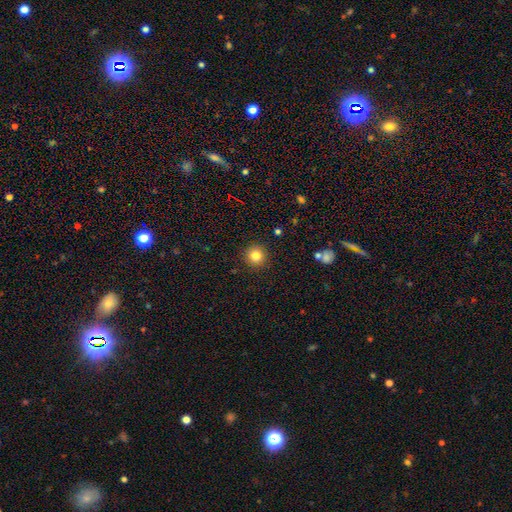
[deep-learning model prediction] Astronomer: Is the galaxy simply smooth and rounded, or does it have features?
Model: smooth — 82%.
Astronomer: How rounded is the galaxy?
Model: round — 95%.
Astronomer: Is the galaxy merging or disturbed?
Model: none — 91%.